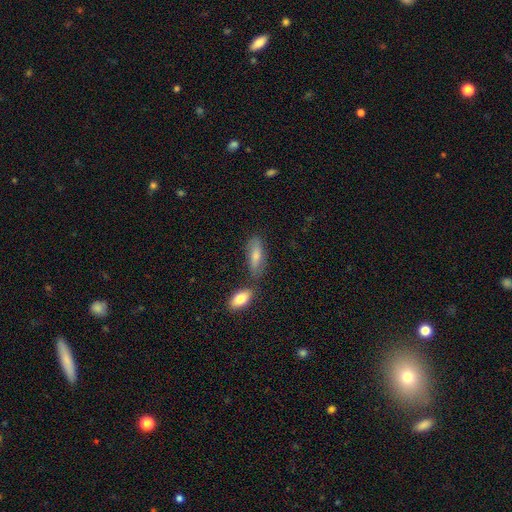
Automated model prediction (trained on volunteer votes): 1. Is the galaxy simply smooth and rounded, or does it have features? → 73% smooth, 20% featured or disk, 7% star or artifact.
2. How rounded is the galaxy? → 64% in between, 33% cigar-shaped, 3% round.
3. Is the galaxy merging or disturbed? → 65% none, 16% minor disturbance, 14% merger, 4% major disturbance.